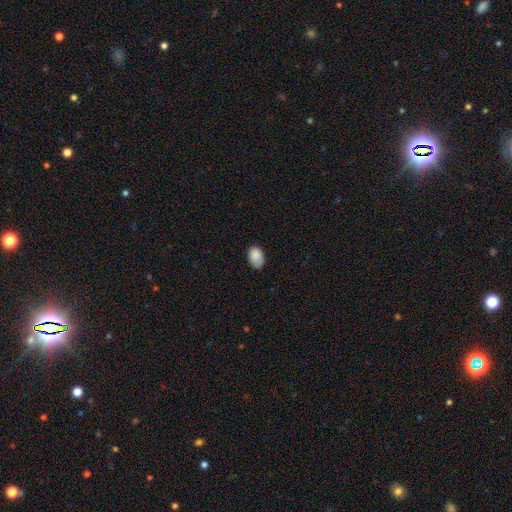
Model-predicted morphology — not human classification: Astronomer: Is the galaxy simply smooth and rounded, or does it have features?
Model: smooth — 87%.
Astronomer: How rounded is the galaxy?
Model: in between — 84%.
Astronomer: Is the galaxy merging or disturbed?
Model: none — 73%.